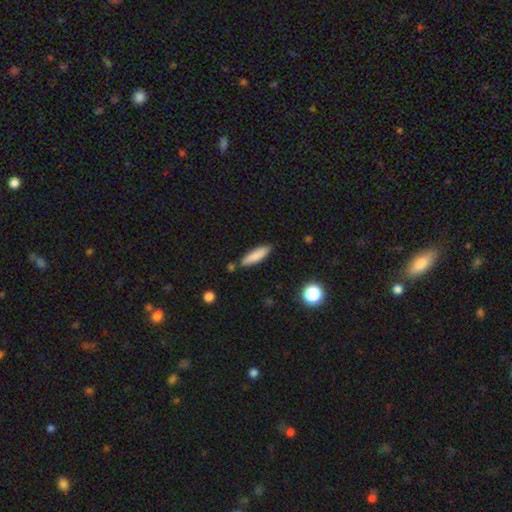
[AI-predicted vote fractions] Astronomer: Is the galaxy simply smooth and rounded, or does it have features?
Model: smooth — 81%.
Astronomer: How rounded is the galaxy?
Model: cigar-shaped — 68%.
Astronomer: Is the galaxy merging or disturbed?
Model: none — 79%.